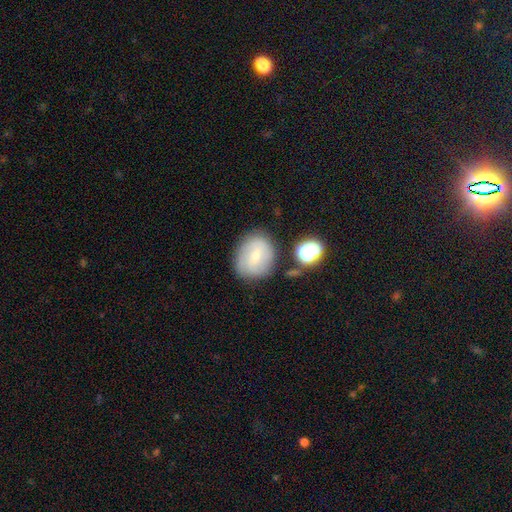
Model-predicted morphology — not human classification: The model was most divided on "smooth or featured": smooth: 51%, featured or disk: 38%, star or artifact: 10%. More confident: merging — none (71%); how rounded — round (69%).